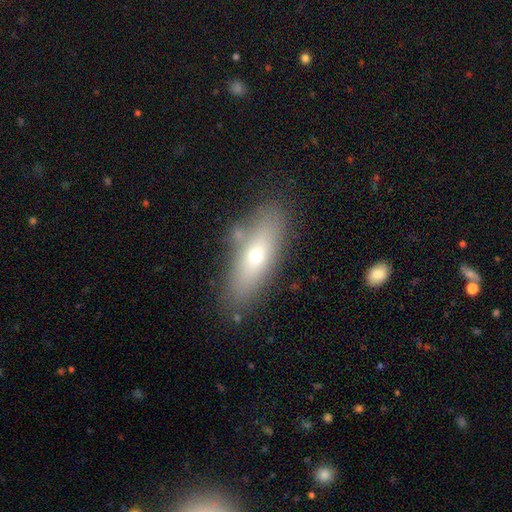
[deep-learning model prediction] smooth 60%, featured or disk 32%, star or artifact 8%. Down the decision tree: how rounded — in between (58%); merging — none (79%).